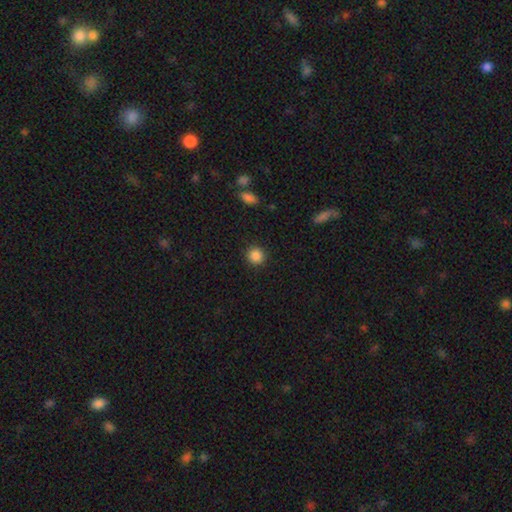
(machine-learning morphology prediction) Smooth or featured?
  - smooth: 87% *
  - star or artifact: 10%
  - featured or disk: 3%
How rounded?
  - round: 92% *
  - in between: 7%
  - cigar-shaped: 1%
Merging?
  - none: 90% *
  - minor disturbance: 6%
  - major disturbance: 2%
  - merger: 1%